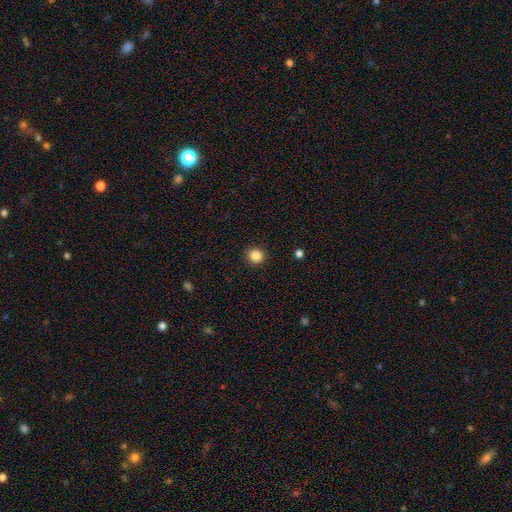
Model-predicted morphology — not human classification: smooth 86%, star or artifact 11%, featured or disk 3%. Down the decision tree: how rounded — round (90%); merging — none (92%).